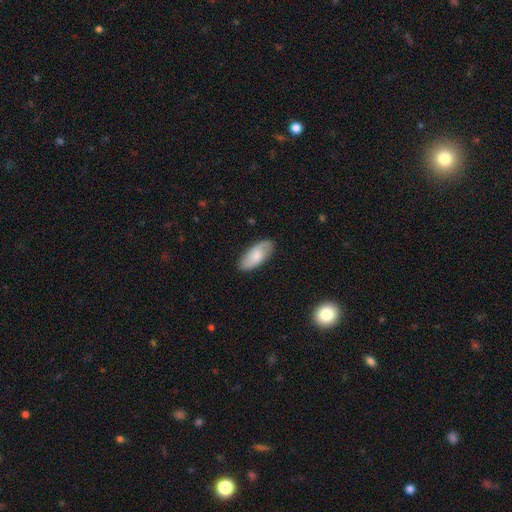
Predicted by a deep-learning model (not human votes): Morphology: type=smooth (72%); roundness=in between (89%); merging=none (84%).